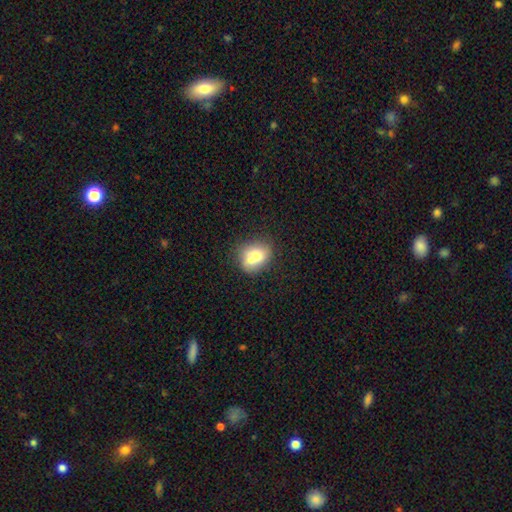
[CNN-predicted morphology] Overall: smooth (67%). How rounded: round (62%; in between 37%). Merging: none (42%; merger 40%).